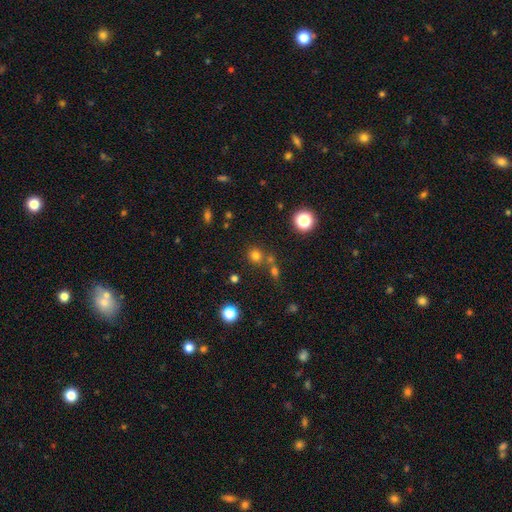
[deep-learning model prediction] A smooth galaxy with no disk features (73%) that is round (88%).

Vote fractions:
- Smooth or featured? smooth: 73% / star or artifact: 20% / featured or disk: 7%
- How rounded? round: 88% / in between: 11% / cigar-shaped: 1%
- Merging? none: 69% / merger: 19% / minor disturbance: 8% / major disturbance: 4%